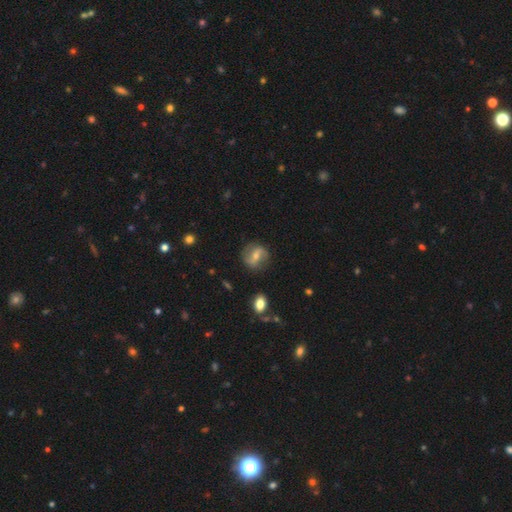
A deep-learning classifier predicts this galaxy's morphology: A featured or disk galaxy (64%) with a weak bar (39%), 2 (87%) loose (49%) spiral arms (83%) and a small central bulge (49%). Merging: none (79%).